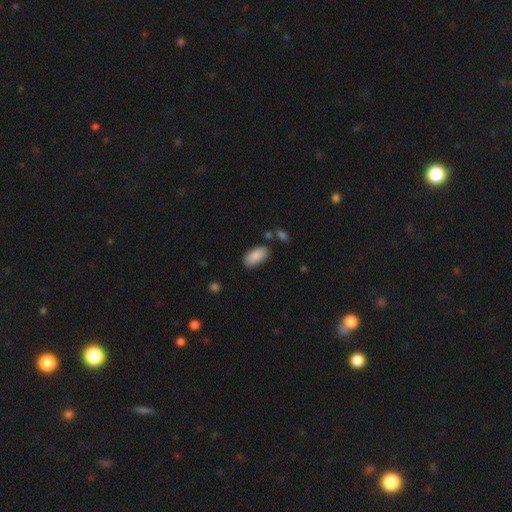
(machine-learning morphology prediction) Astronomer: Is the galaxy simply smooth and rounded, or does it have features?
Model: smooth — 88%.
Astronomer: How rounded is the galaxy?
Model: in between — 95%.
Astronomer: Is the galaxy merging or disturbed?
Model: none — 79%.